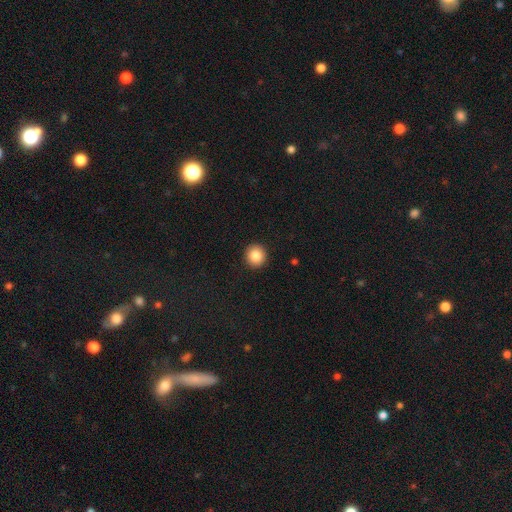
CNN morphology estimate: A smooth galaxy with no disk features (86%) that is round (94%). Merging: none (92%).